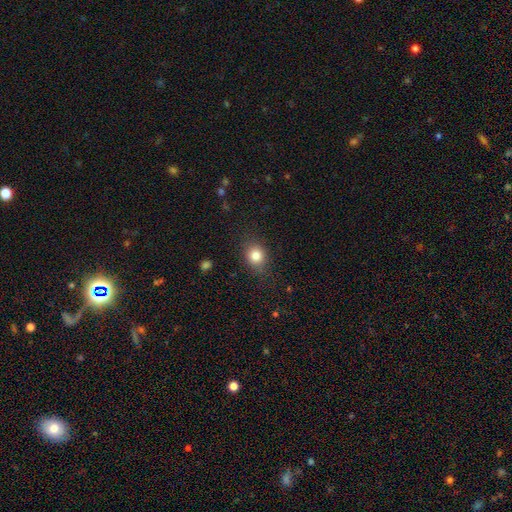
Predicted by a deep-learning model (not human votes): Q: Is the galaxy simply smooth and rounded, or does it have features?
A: smooth — 82%.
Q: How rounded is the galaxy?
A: round — 69%.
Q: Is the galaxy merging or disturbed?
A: none — 83%.